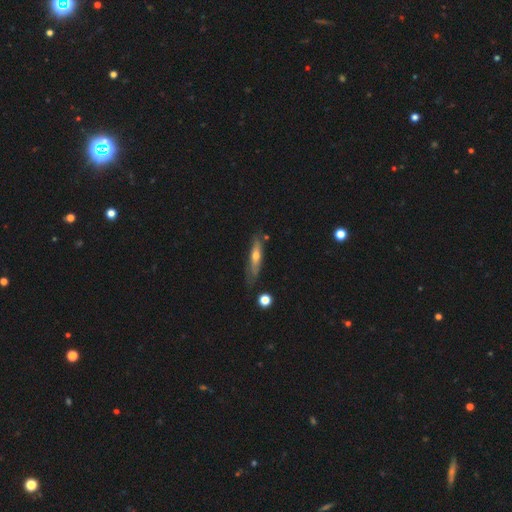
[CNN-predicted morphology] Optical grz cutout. It shows a featured or disk galaxy (50%). Merging: none (67%).